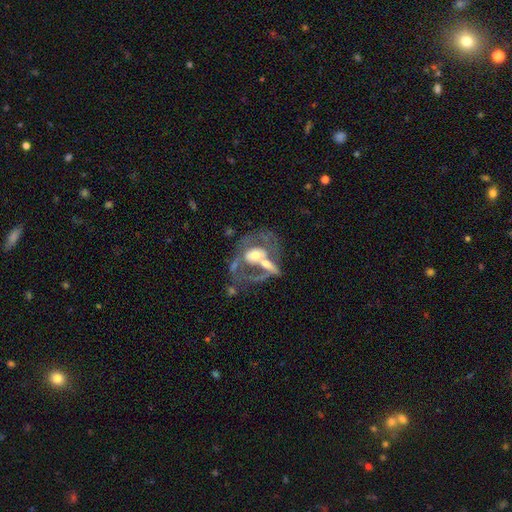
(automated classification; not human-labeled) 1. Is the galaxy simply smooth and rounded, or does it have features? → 66% featured or disk, 27% smooth, 7% star or artifact.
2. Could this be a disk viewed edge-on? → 94% no, 6% yes.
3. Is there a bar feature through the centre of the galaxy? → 71% no, 19% weak, 10% strong.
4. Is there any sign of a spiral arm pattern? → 63% no, 37% yes.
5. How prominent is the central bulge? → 59% moderate, 18% small, 17% large, 3% none, 2% dominant.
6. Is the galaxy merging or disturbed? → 49% merger, 22% none, 19% major disturbance, 10% minor disturbance.